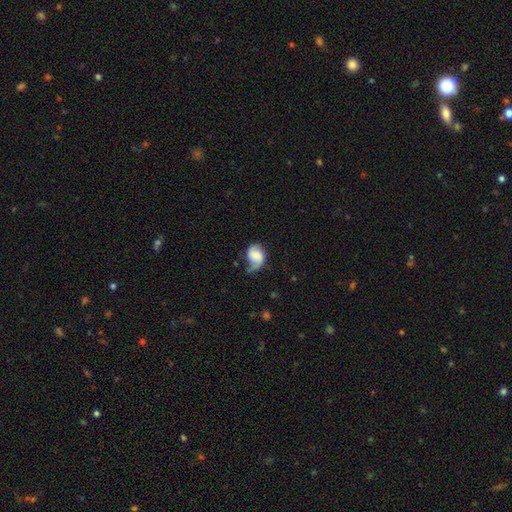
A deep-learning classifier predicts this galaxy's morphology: smooth_or_featured: featured or disk (p=0.53) [alt: smooth p=0.39]
disk_edge_on: no (p=0.97) [alt: yes p=0.03]
bar: no (p=0.54) [alt: weak p=0.35]
has_spiral_arms: yes (p=0.89) [alt: no p=0.11]
bulge_size: none (p=0.37) [alt: large p=0.22]
merging: none (p=0.38) [alt: minor disturbance p=0.34]